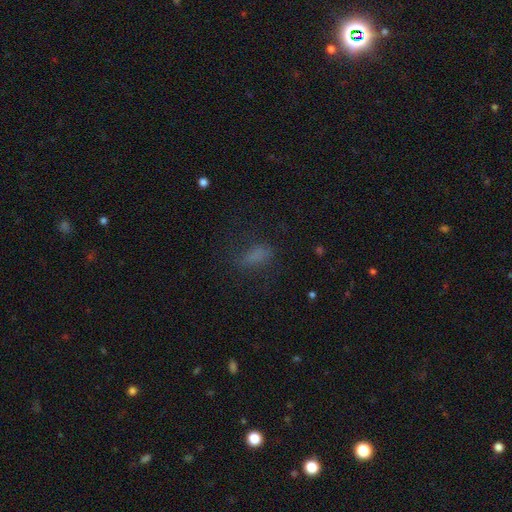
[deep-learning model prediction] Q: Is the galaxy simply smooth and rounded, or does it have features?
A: smooth — 67%.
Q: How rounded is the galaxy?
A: in between — 72%.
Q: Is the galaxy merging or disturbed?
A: none — 58%.